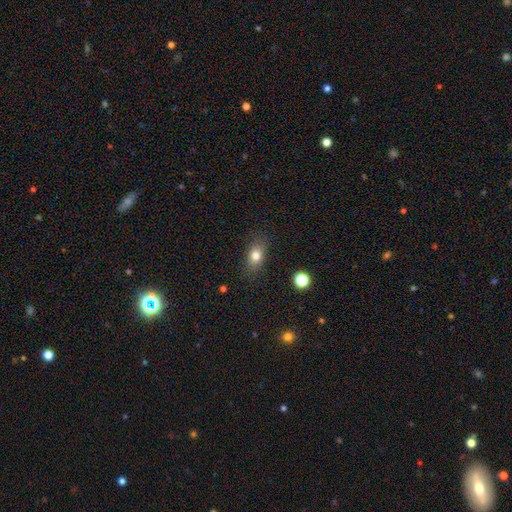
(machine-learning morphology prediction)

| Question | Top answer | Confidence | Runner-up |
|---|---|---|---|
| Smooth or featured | smooth | 77% | featured or disk (13%) |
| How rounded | in between | 75% | round (18%) |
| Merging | none | 82% | minor disturbance (13%) |